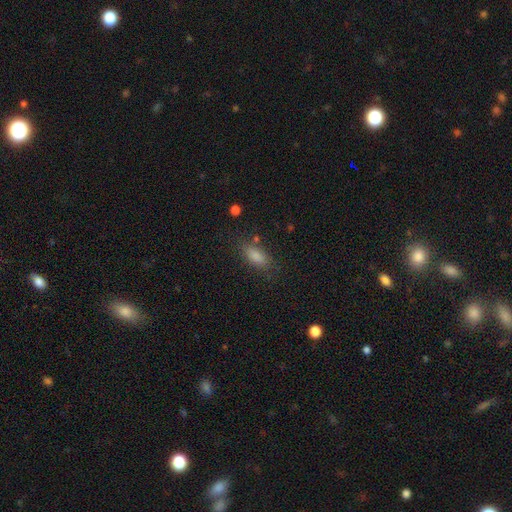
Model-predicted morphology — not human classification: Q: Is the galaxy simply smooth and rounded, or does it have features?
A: smooth — 78%.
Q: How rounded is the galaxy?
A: in between — 76%.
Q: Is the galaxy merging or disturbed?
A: none — 80%.